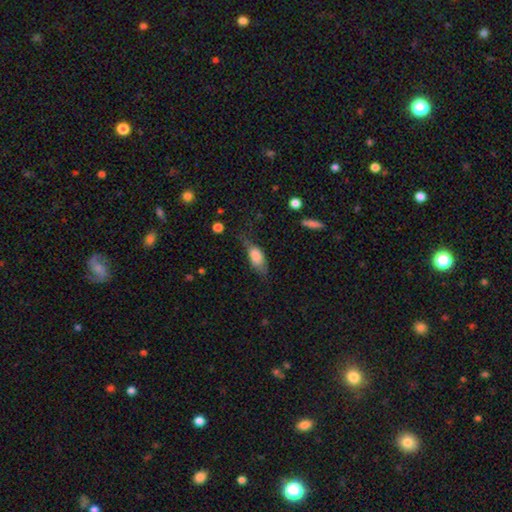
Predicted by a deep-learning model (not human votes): smooth_or_featured: smooth (p=0.76) [alt: featured or disk p=0.16]
how_rounded: in between (p=0.82) [alt: cigar-shaped p=0.14]
merging: none (p=0.43) [alt: minor disturbance p=0.33]